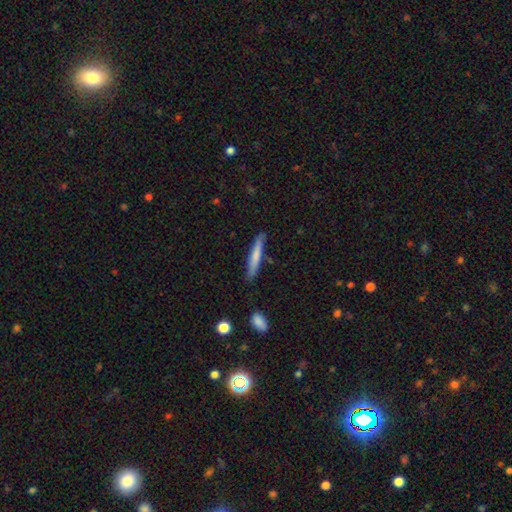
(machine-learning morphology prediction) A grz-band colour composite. It shows a smooth galaxy with no disk features (68%) that is cigar-shaped (94%). Merging: none (83%).